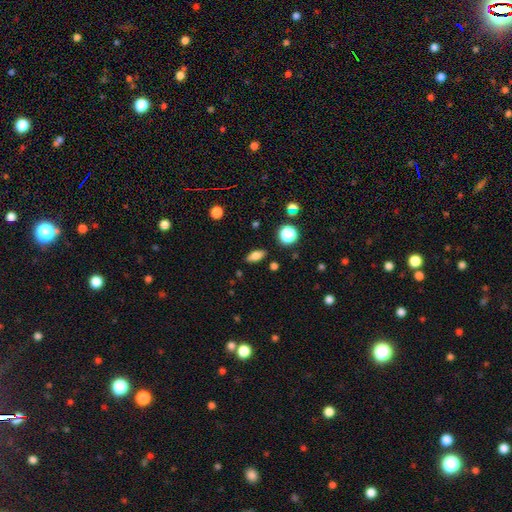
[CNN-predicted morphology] Overall: smooth (77%). How rounded: in between (82%). Merging: none (87%).